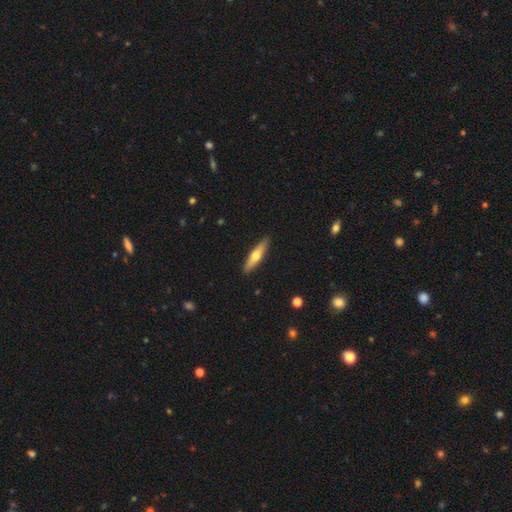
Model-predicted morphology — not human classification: The model was most divided on "smooth or featured": smooth: 49%, featured or disk: 46%, star or artifact: 5%. More confident: merging — none (90%).